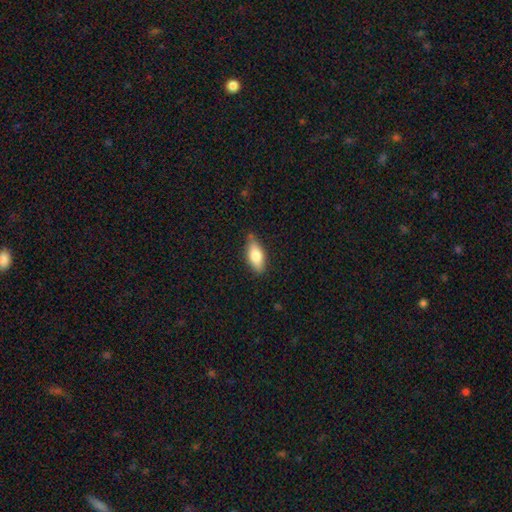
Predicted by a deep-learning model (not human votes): A smooth galaxy with no disk features (76%) that is in between round and cigar-shaped (82%).

Vote fractions:
- Smooth or featured? smooth: 76% / featured or disk: 17% / star or artifact: 6%
- How rounded? in between: 82% / cigar-shaped: 15% / round: 3%
- Merging? none: 79% / minor disturbance: 17% / major disturbance: 3% / merger: 2%